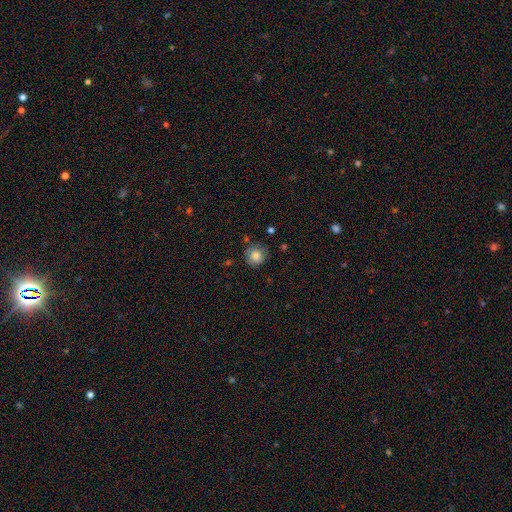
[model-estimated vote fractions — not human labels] smooth 80%, featured or disk 11%, star or artifact 9%. Down the decision tree: how rounded — round (91%); merging — none (77%).